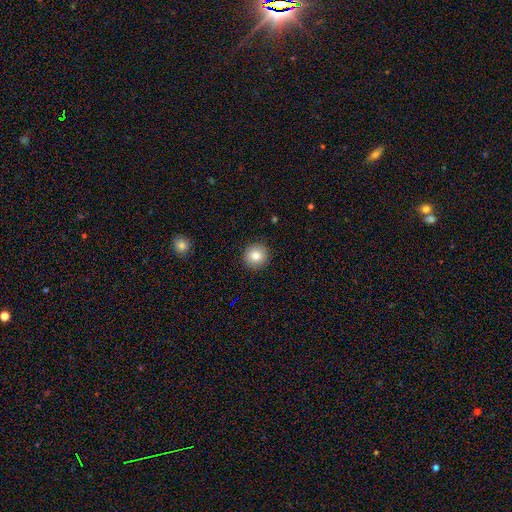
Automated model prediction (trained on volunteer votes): A smooth galaxy with no disk features (81%) that is round (94%). Merging: none (91%).